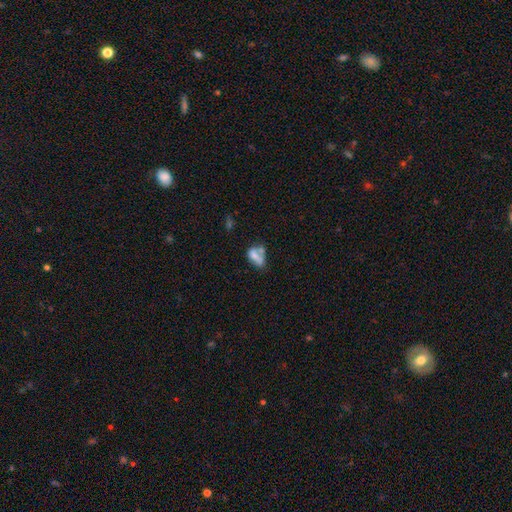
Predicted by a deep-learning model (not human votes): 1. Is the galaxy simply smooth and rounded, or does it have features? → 60% smooth, 29% featured or disk, 11% star or artifact.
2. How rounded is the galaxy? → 79% in between, 15% round, 6% cigar-shaped.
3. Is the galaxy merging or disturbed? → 43% merger, 24% none, 17% minor disturbance, 16% major disturbance.